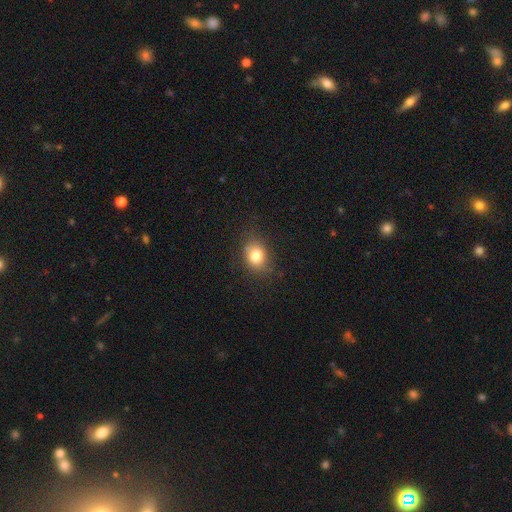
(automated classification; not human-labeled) Overall: smooth (79%). How rounded: in between (51%; round 48%). Merging: none (77%).